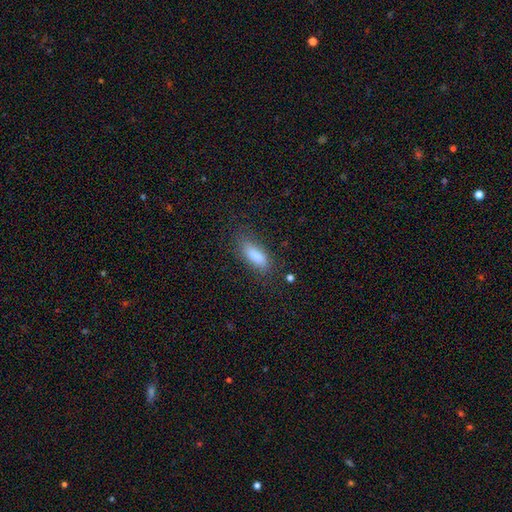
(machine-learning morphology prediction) The model was most divided on "how rounded": in between: 65%, cigar-shaped: 33%, round: 2%. More confident: smooth or featured — smooth (83%); merging — none (75%).